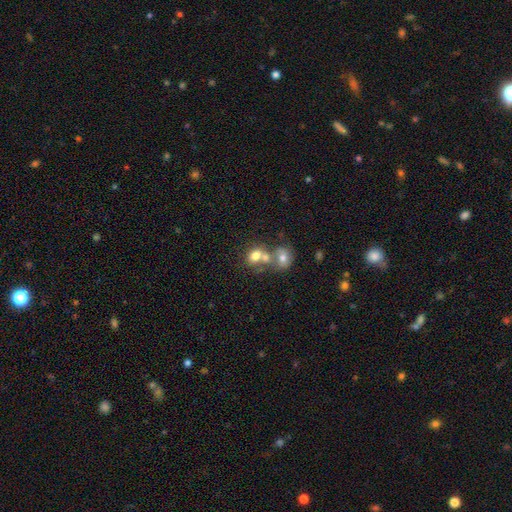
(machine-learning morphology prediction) Smooth or featured? smooth (71%)
How rounded? round (52%)
Merging? merger (57%)